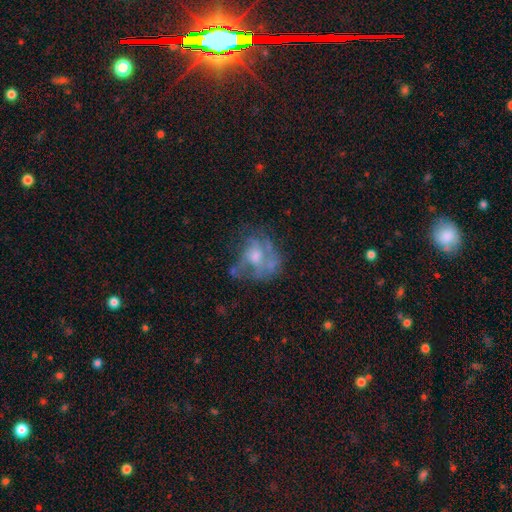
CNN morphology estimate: This is likely a featured or disk galaxy (65%). It is clearly not viewed edge-on (97%). Bar: likely no (77%). Spiral arm pattern: possibly no (51%). Central bulge: possibly moderate (53%). Merging: possibly none (46%).